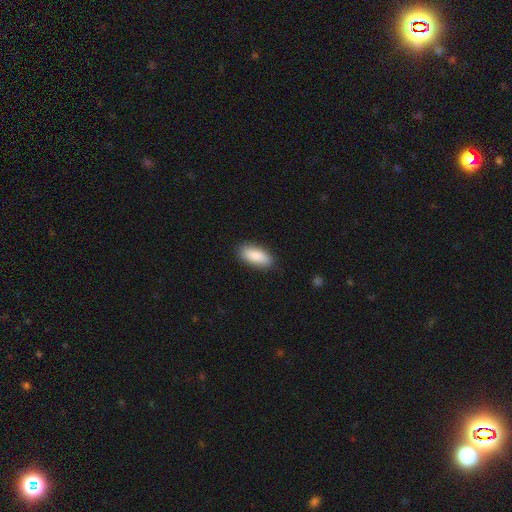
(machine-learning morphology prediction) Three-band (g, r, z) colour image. It shows a smooth galaxy with no disk features (89%) that is in between round and cigar-shaped (83%). Merging: none (87%).